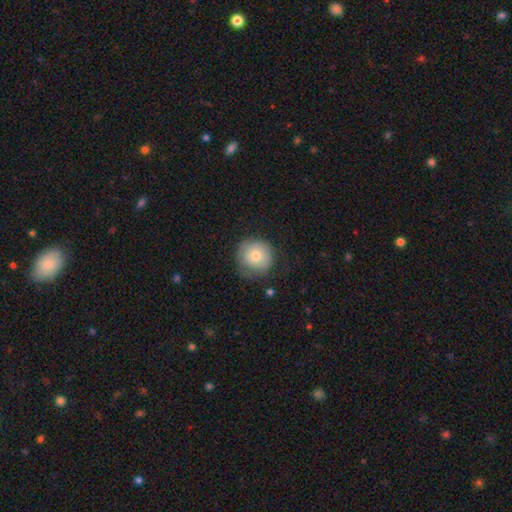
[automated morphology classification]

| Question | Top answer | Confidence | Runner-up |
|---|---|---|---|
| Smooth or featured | smooth | 72% | featured or disk (21%) |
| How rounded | round | 92% | in between (7%) |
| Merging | none | 66% | minor disturbance (24%) |